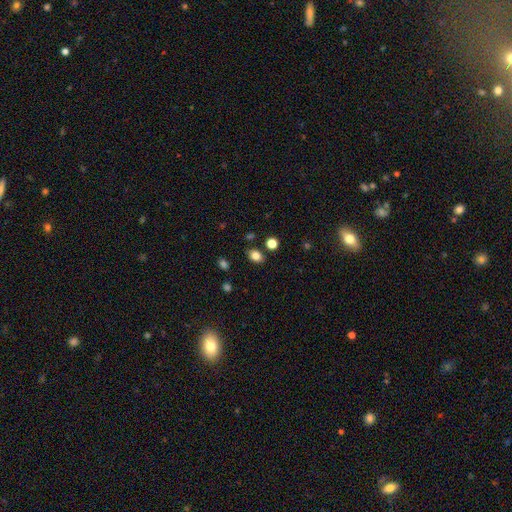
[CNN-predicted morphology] This is clearly a smooth galaxy (82%). How rounded: likely in between (67%). Merging: clearly none (83%).